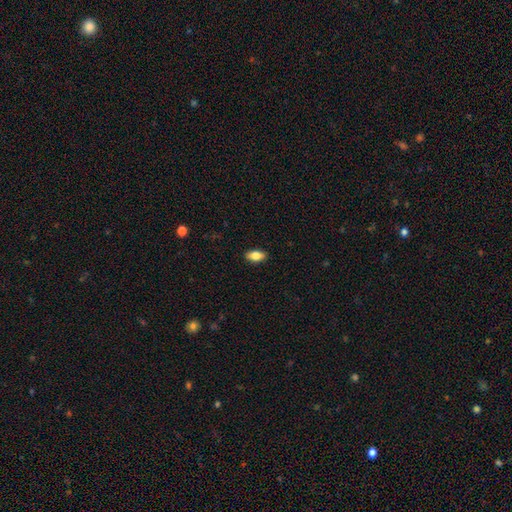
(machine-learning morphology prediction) This is clearly a smooth galaxy (81%). How rounded: clearly in between (90%). Merging: clearly none (90%).